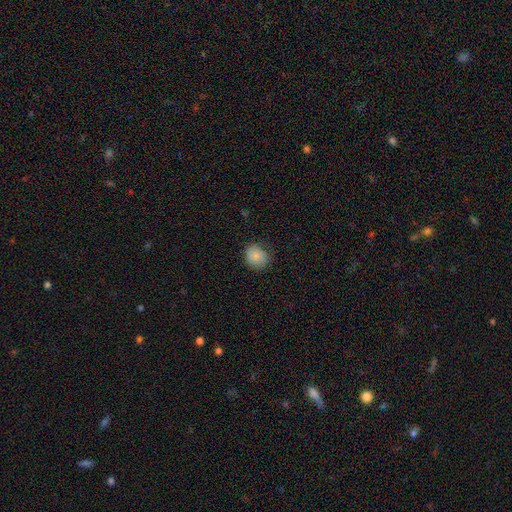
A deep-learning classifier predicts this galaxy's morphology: smooth 86%, star or artifact 8%, featured or disk 6%. Down the decision tree: how rounded — round (78%); merging — none (75%).